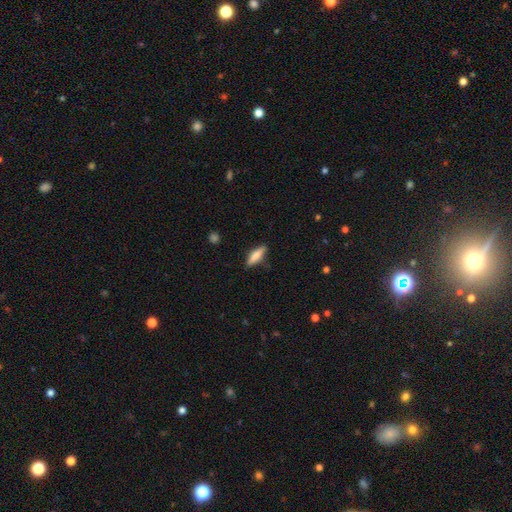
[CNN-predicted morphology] Smooth or featured? Predicted: smooth (p=0.73). How rounded? Predicted: cigar-shaped (p=0.60). Merging? Predicted: none (p=0.85).